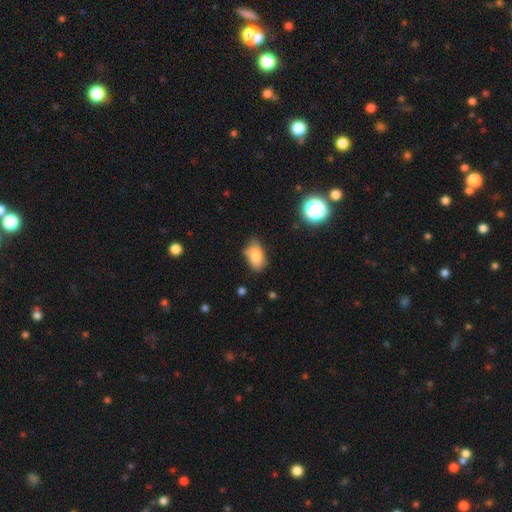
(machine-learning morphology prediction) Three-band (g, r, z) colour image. It shows a smooth galaxy with no disk features (77%) that is in between round and cigar-shaped (89%). Merging: none (61%).